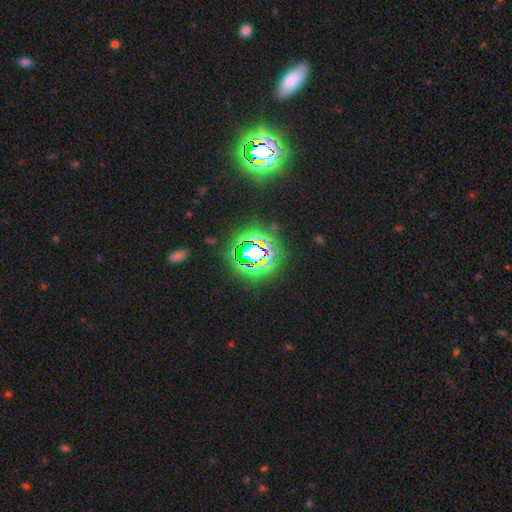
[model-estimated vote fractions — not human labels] smooth_or_featured: star or artifact (p=0.80) [alt: smooth p=0.14]